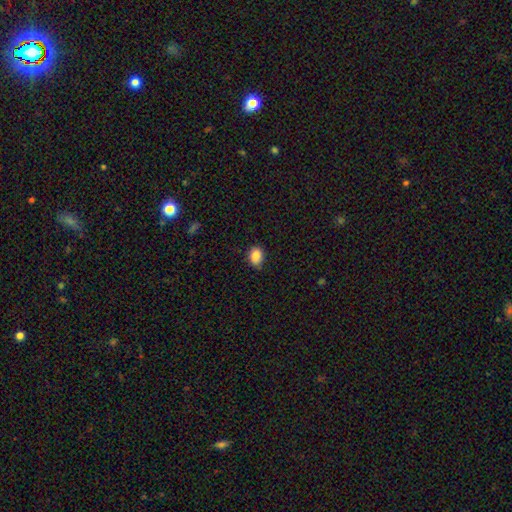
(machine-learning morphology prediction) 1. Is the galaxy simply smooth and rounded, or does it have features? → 87% smooth, 9% star or artifact, 4% featured or disk.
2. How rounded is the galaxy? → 68% in between, 31% round, 1% cigar-shaped.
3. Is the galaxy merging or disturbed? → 77% none, 19% minor disturbance, 3% major disturbance, 1% merger.